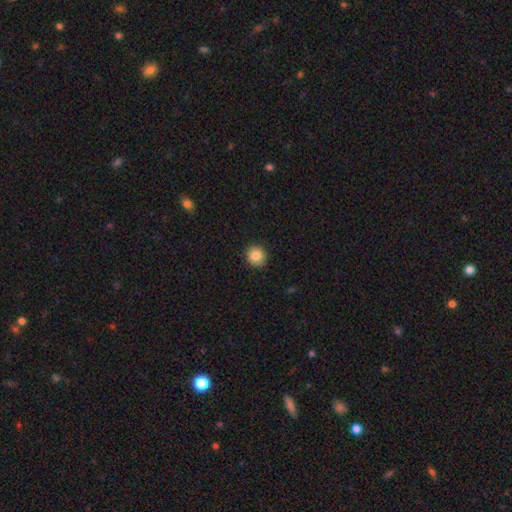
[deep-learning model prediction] Smooth or featured?
  - smooth: 86% *
  - star or artifact: 10%
  - featured or disk: 5%
How rounded?
  - round: 91% *
  - in between: 9%
  - cigar-shaped: 1%
Merging?
  - none: 92% *
  - minor disturbance: 6%
  - major disturbance: 2%
  - merger: 1%